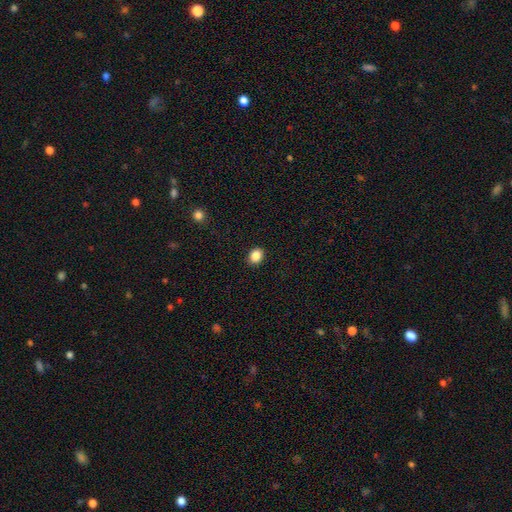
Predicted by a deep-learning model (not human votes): This appears to be a smooth galaxy with no disk features (86%) that is round (56%). Merging: none (91%).